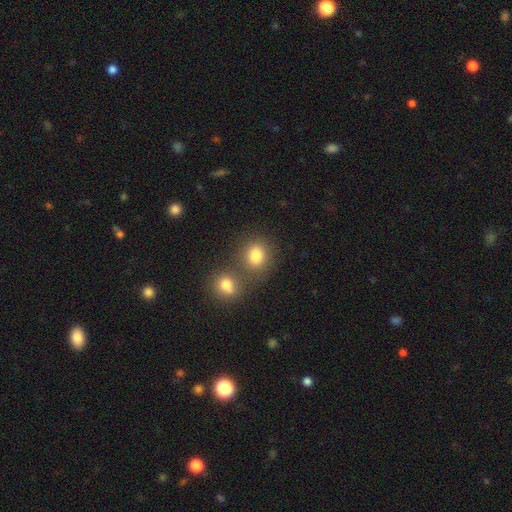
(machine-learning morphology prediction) This is clearly a smooth galaxy (81%). How rounded: likely round (73%). Merging: possibly none (58%).